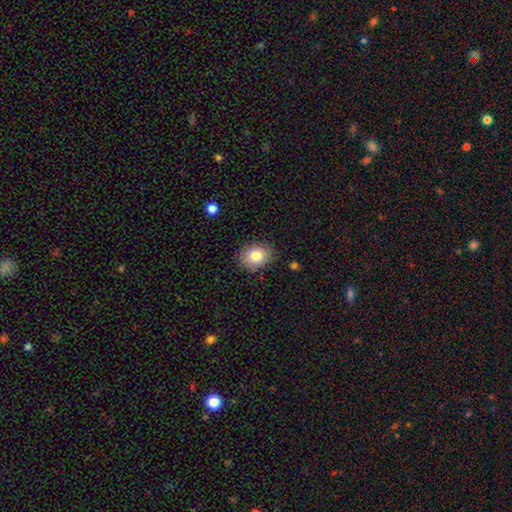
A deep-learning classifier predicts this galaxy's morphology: Q: Smooth or featured?
A: smooth (81%); runner-up: featured or disk (11%)
Q: How rounded?
A: in between (57%); runner-up: round (42%)
Q: Merging?
A: none (83%); runner-up: minor disturbance (13%)